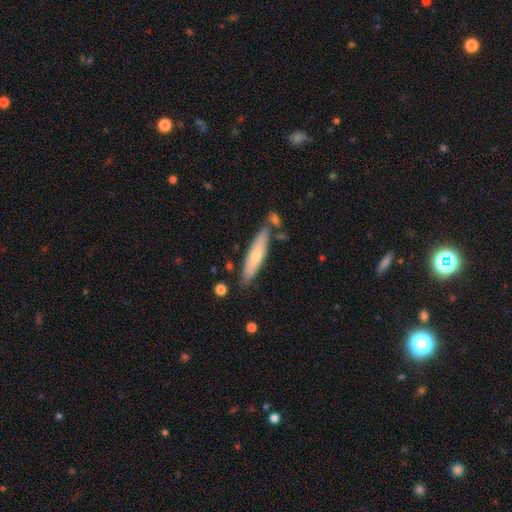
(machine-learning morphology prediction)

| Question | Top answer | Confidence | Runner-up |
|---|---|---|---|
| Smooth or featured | smooth | 59% | featured or disk (36%) |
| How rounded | cigar-shaped | 80% | in between (18%) |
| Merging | none | 75% | minor disturbance (14%) |